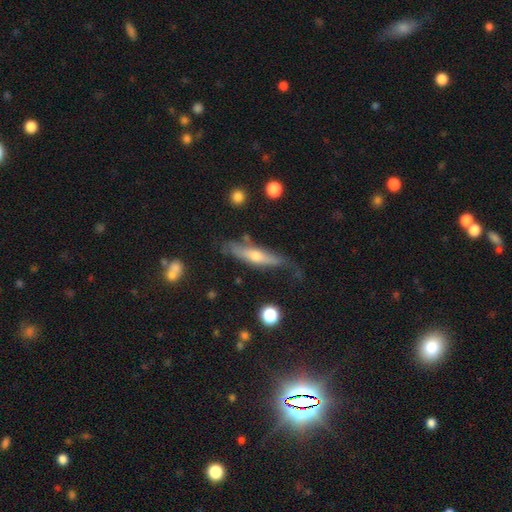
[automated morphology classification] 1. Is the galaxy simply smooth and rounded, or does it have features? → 55% featured or disk, 39% smooth, 6% star or artifact.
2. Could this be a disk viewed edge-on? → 82% yes, 18% no.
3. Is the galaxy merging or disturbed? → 54% none, 30% minor disturbance, 11% major disturbance, 5% merger.